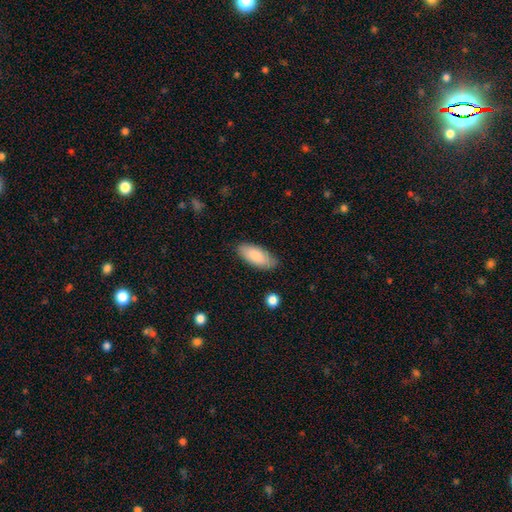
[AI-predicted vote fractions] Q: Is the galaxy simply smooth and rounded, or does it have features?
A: smooth — 85%.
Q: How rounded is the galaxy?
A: in between — 87%.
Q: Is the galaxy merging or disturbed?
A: none — 83%.